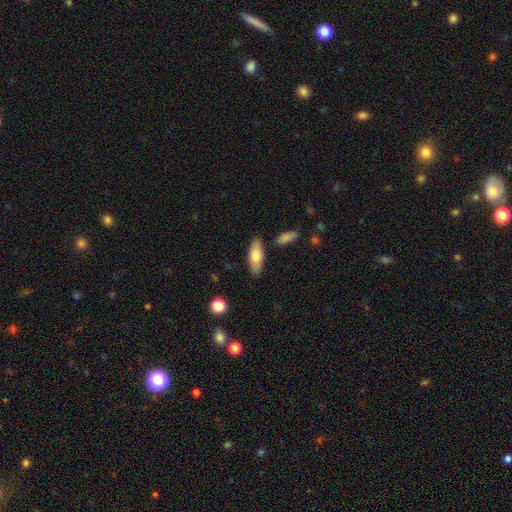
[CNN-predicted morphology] A smooth galaxy with no disk features (72%) that is in between round and cigar-shaped (73%). Merging: none (85%).